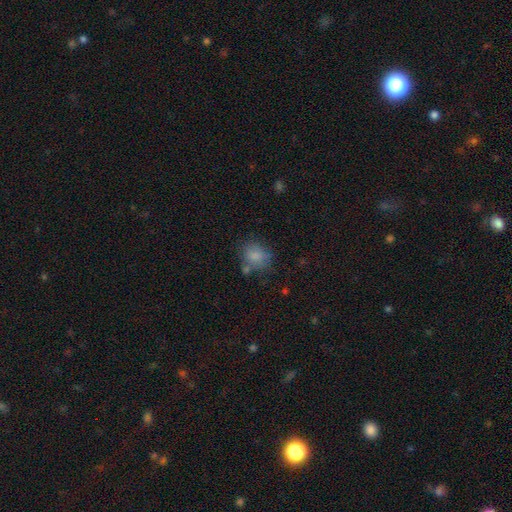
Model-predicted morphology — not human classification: This appears to be a smooth galaxy with no disk features (80%) that is round (59%). Merging: none (58%).